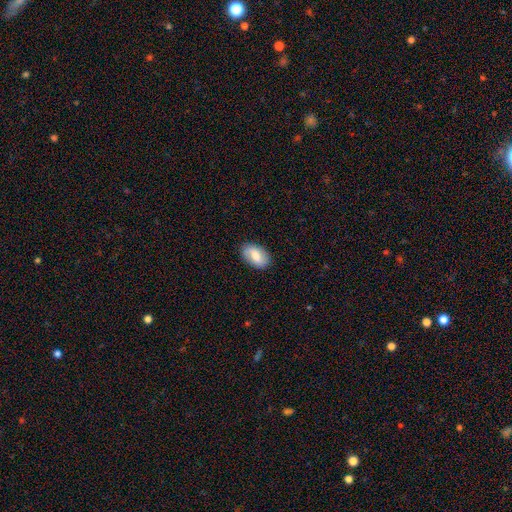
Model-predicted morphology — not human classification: Smooth or featured: smooth — 65% (featured or disk — 28%)
How rounded: in between — 92% (round — 7%)
Merging: none — 85% (minor disturbance — 11%)